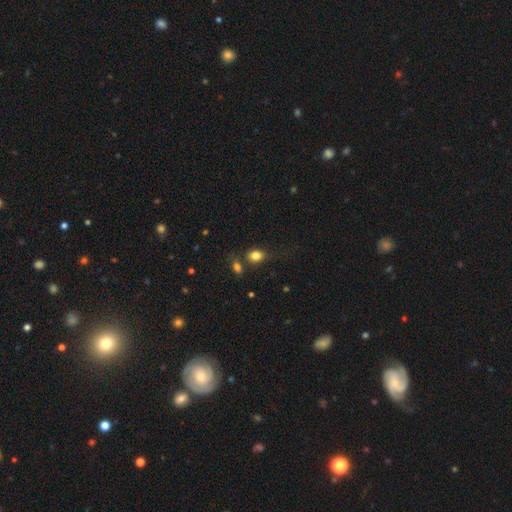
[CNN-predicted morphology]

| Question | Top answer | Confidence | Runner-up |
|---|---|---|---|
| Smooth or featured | smooth | 81% | star or artifact (11%) |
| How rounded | in between | 62% | round (36%) |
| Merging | none | 61% | merger (16%) |